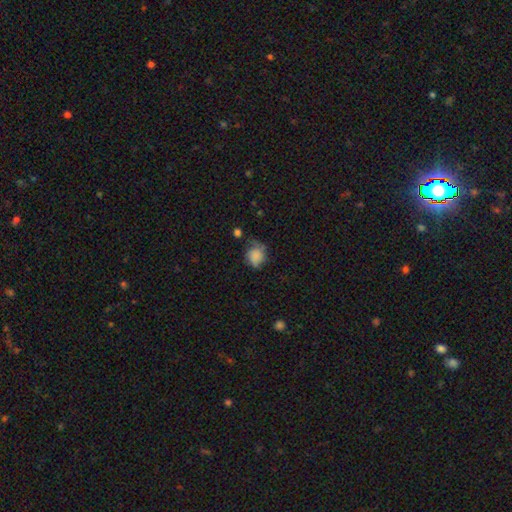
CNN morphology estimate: This is likely a smooth galaxy (76%). How rounded: likely round (69%). Merging: marginally none (44%).